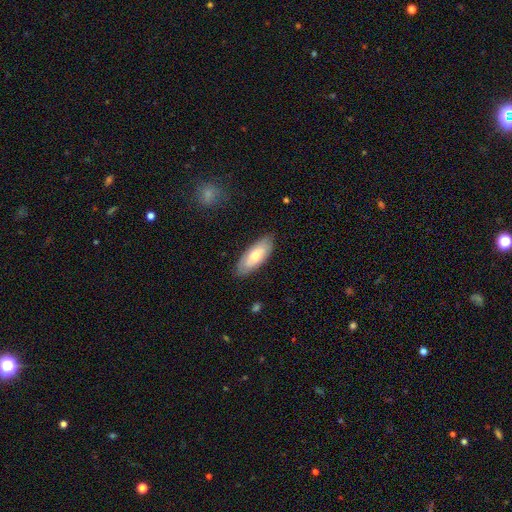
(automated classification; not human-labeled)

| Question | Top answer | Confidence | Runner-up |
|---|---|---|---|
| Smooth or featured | smooth | 66% | featured or disk (28%) |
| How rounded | in between | 79% | cigar-shaped (19%) |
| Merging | none | 84% | minor disturbance (12%) |